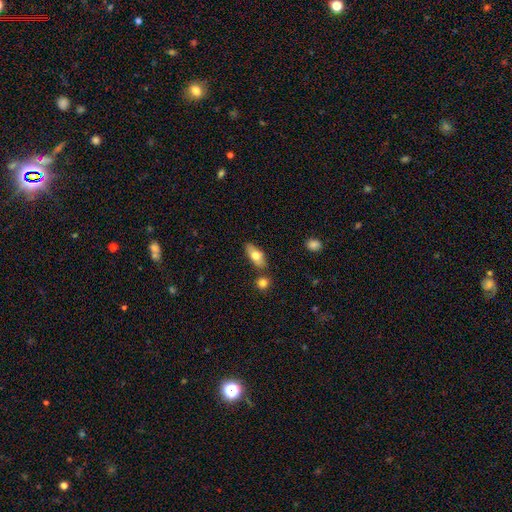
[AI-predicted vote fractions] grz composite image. It shows a smooth galaxy with no disk features (69%) that is in between round and cigar-shaped (81%). Merging: none (74%).